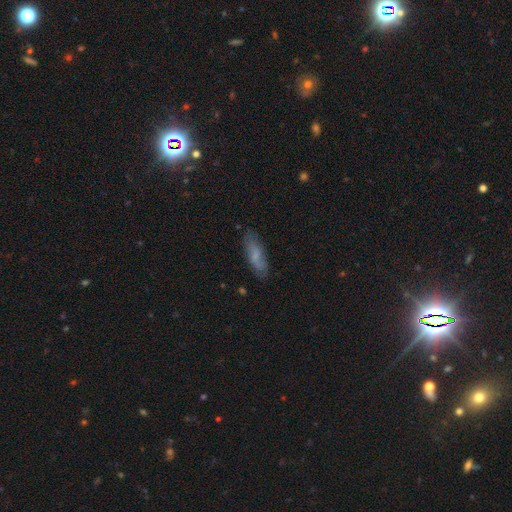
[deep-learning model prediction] Smooth or featured? Predicted: smooth (p=0.64). How rounded? Predicted: in between (p=0.52). Merging? Predicted: none (p=0.75).